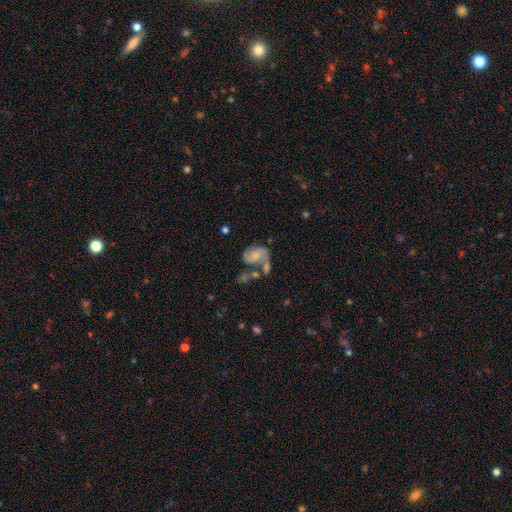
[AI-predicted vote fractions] The model was most divided on "spiral winding": medium: 45%, loose: 39%, tight: 17%. Remaining: edge-on disk — no (97%); spiral arms — yes (87%); spiral arm count — 2 (80%); smooth or featured — featured or disk (62%); bar — no (57%); bulge size — small (42%); merging — none (37%).